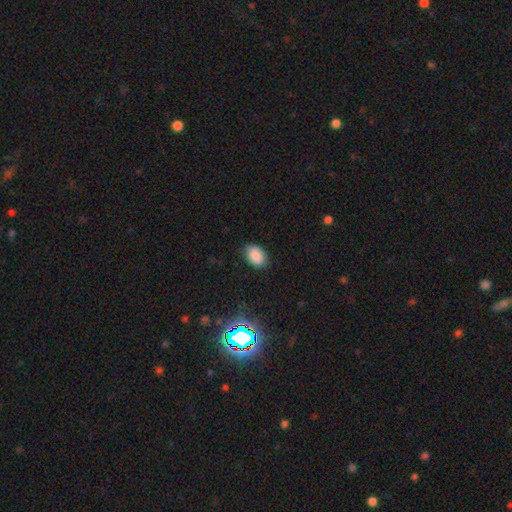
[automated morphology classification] smooth_or_featured: smooth (p=0.84) [alt: star or artifact p=0.11]
how_rounded: in between (p=0.83) [alt: round p=0.16]
merging: none (p=0.81) [alt: minor disturbance p=0.15]